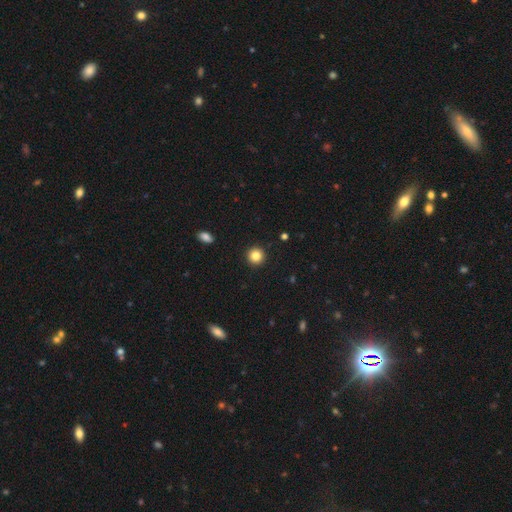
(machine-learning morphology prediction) A smooth galaxy with no disk features (84%) that is round (95%).

Vote fractions:
- Smooth or featured? smooth: 84% / star or artifact: 10% / featured or disk: 5%
- How rounded? round: 95% / in between: 4% / cigar-shaped: 1%
- Merging? none: 93% / minor disturbance: 4% / major disturbance: 2% / merger: 1%